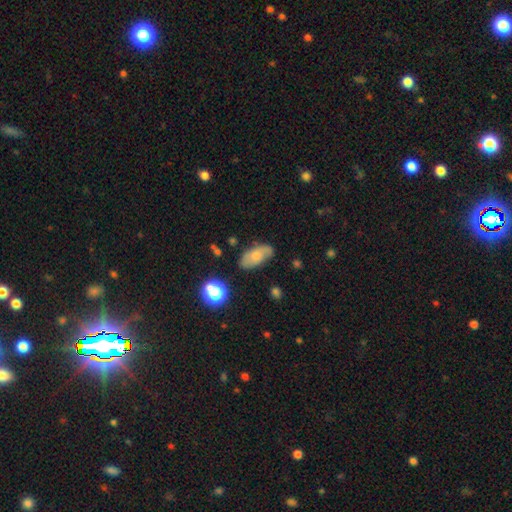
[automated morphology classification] Smooth or featured?
  - smooth: 65% *
  - featured or disk: 25%
  - star or artifact: 9%
How rounded?
  - in between: 89% *
  - cigar-shaped: 6%
  - round: 5%
Merging?
  - none: 72% *
  - minor disturbance: 21%
  - major disturbance: 5%
  - merger: 2%